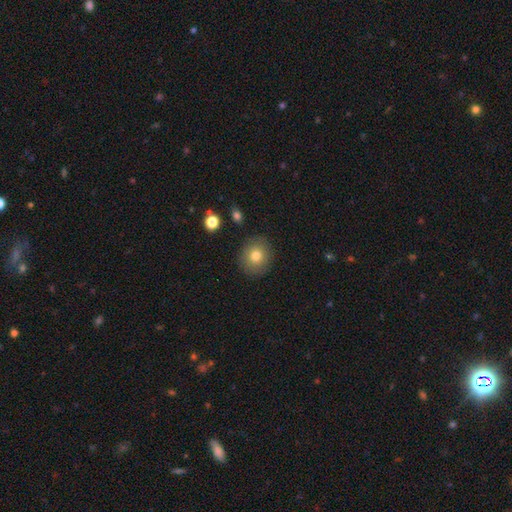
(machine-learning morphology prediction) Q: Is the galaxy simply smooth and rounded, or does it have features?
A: smooth — 78%.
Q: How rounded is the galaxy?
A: round — 82%.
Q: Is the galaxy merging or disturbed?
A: none — 87%.